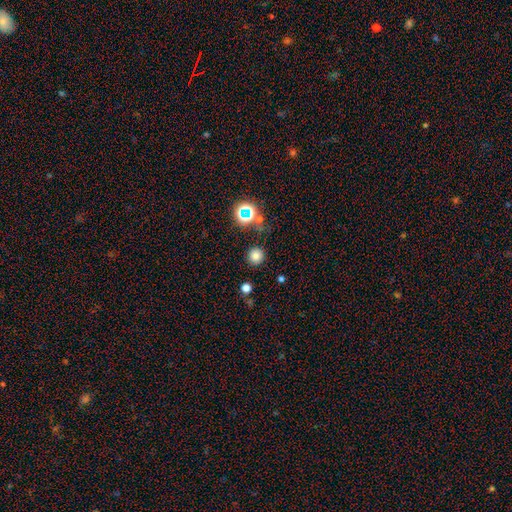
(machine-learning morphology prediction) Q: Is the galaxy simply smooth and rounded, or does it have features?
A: smooth — 76%.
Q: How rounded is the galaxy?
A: round — 95%.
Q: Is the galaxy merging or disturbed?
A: none — 88%.